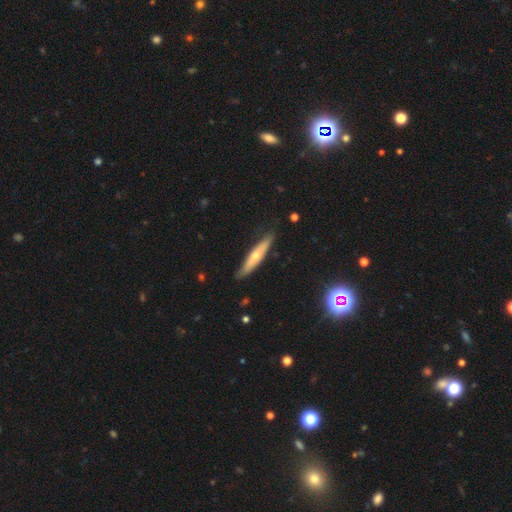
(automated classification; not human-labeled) This is possibly a featured or disk galaxy (49%). Merging: clearly none (86%).